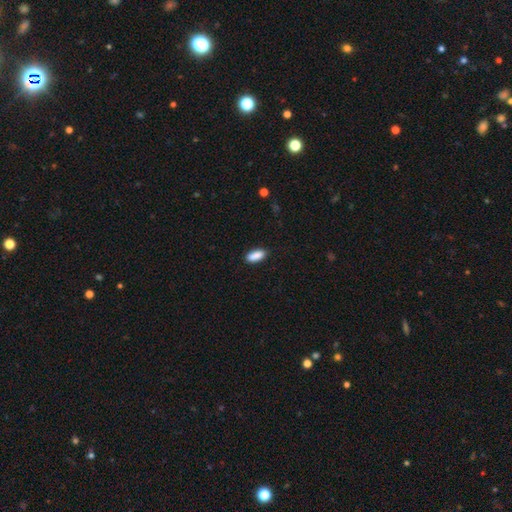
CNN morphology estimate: This appears to be a smooth galaxy with no disk features (89%) that is in between round and cigar-shaped (81%). Merging: none (86%).